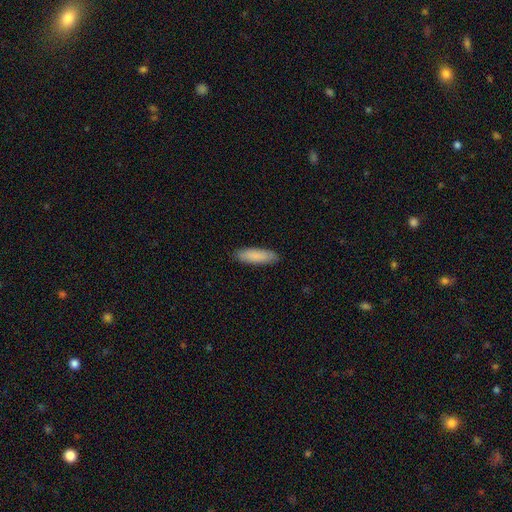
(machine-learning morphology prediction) smooth_or_featured: smooth (p=0.87) [alt: featured or disk p=0.07]
how_rounded: cigar-shaped (p=0.54) [alt: in between p=0.44]
merging: none (p=0.88) [alt: minor disturbance p=0.09]